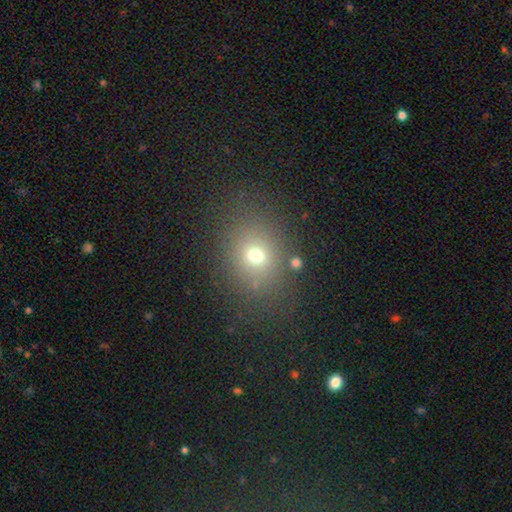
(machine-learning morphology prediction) Overall: smooth (68%). How rounded: round (60%; in between 38%). Merging: none (78%).